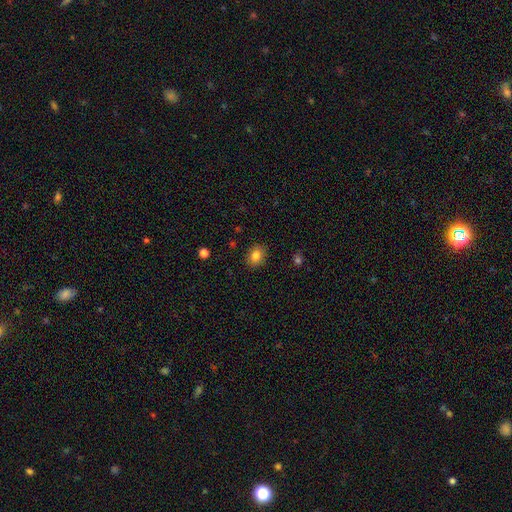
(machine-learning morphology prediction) This is clearly a smooth galaxy (82%). How rounded: possibly in between (51%). Merging: clearly none (87%).